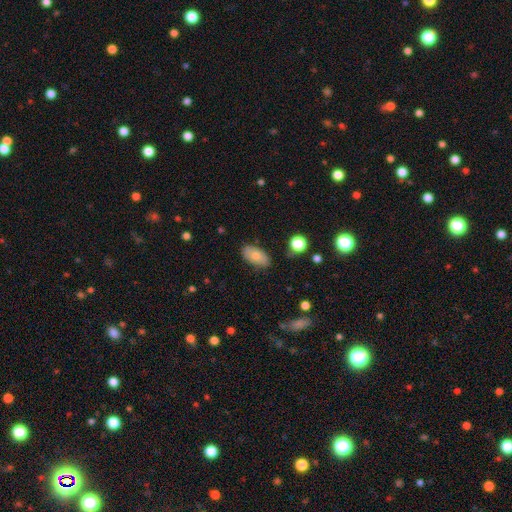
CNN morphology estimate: smooth_or_featured: smooth (p=0.74) [alt: featured or disk p=0.18]
how_rounded: in between (p=0.93) [alt: round p=0.04]
merging: none (p=0.79) [alt: minor disturbance p=0.16]